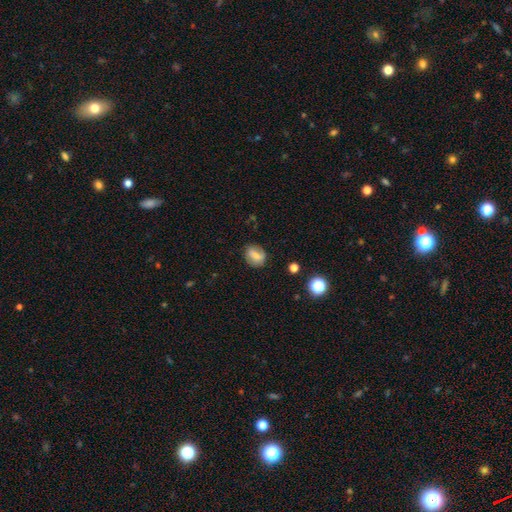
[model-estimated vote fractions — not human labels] Smooth or featured: smooth — 66% (featured or disk — 24%)
How rounded: round — 54% (in between — 44%)
Merging: none — 75% (minor disturbance — 18%)